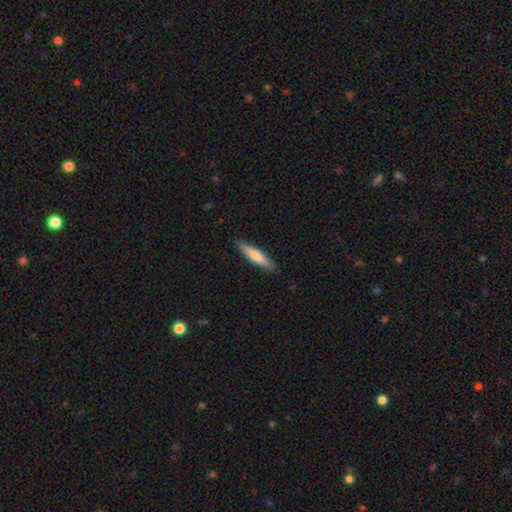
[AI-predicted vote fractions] Smooth or featured? Predicted: smooth (p=0.74). How rounded? Predicted: cigar-shaped (p=0.81). Merging? Predicted: none (p=0.88).